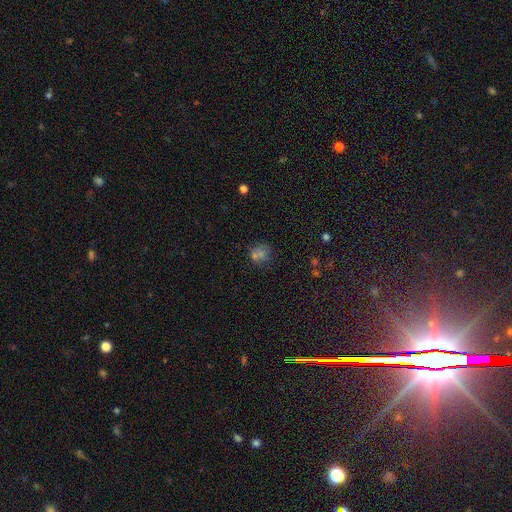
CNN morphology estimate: Overall: smooth (57%; star or artifact 32%). How rounded: round (85%). Merging: none (68%).